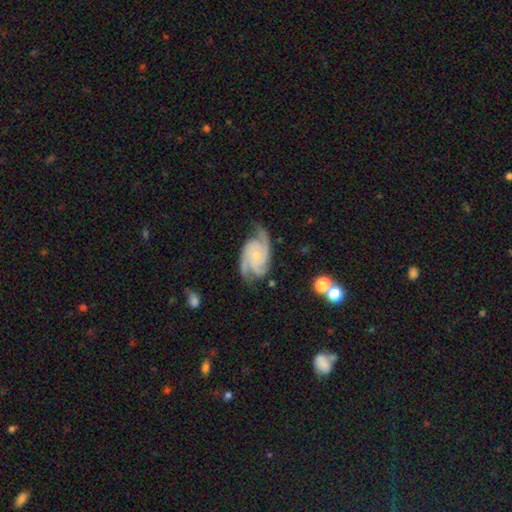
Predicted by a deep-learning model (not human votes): A featured or disk galaxy (92%) with no bar (71%), 3 (47%) tight (47%) spiral arms (98%) and a small central bulge (73%). Merging: none (73%).